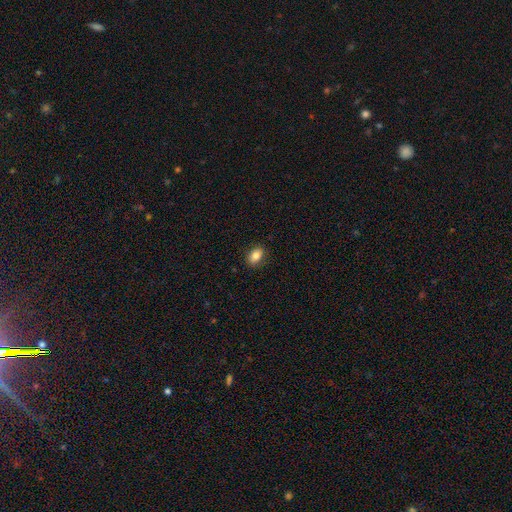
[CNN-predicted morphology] Smooth or featured? Predicted: smooth (p=0.83). How rounded? Predicted: in between (p=0.79). Merging? Predicted: none (p=0.88).